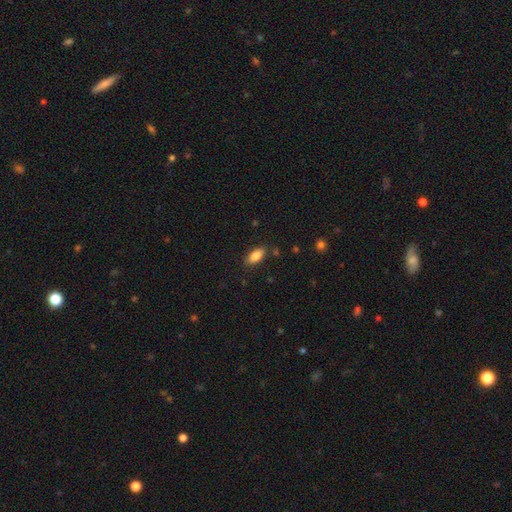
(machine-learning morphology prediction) smooth_or_featured: smooth (p=0.84) [alt: featured or disk p=0.08]
how_rounded: in between (p=0.88) [alt: cigar-shaped p=0.09]
merging: none (p=0.84) [alt: minor disturbance p=0.12]